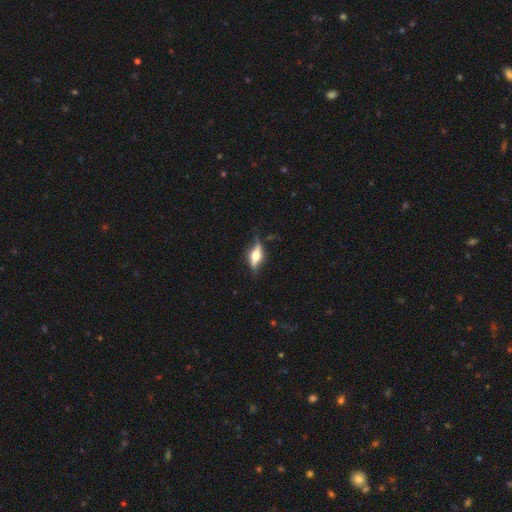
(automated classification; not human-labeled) smooth_or_featured: featured or disk (p=0.68) [alt: smooth p=0.25]
disk_edge_on: yes (p=0.86) [alt: no p=0.14]
edge_on_bulge: rounded (p=0.94) [alt: boxy p=0.05]
merging: none (p=0.69) [alt: minor disturbance p=0.21]